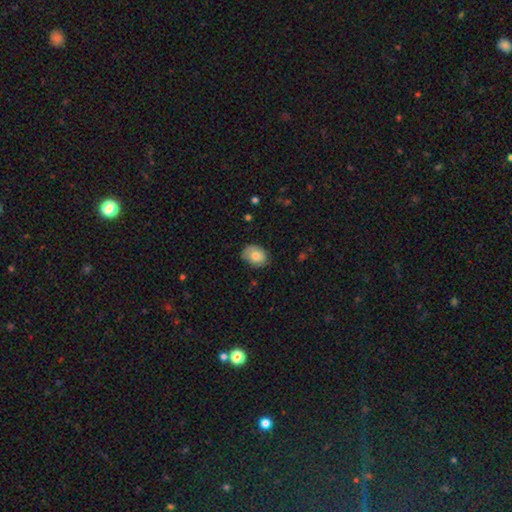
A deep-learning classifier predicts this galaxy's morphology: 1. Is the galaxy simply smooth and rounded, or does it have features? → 71% smooth, 21% featured or disk, 7% star or artifact.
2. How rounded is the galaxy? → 59% in between, 40% round, 1% cigar-shaped.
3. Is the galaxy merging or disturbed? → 68% none, 25% minor disturbance, 6% major disturbance, 1% merger.